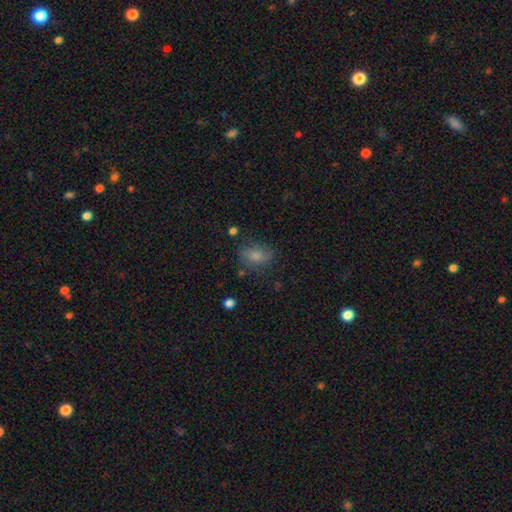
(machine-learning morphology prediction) A smooth galaxy with no disk features (79%) that is in between round and cigar-shaped (68%).

Vote fractions:
- Smooth or featured? smooth: 79% / featured or disk: 11% / star or artifact: 10%
- How rounded? in between: 68% / round: 30% / cigar-shaped: 2%
- Merging? none: 71% / minor disturbance: 19% / major disturbance: 7% / merger: 3%